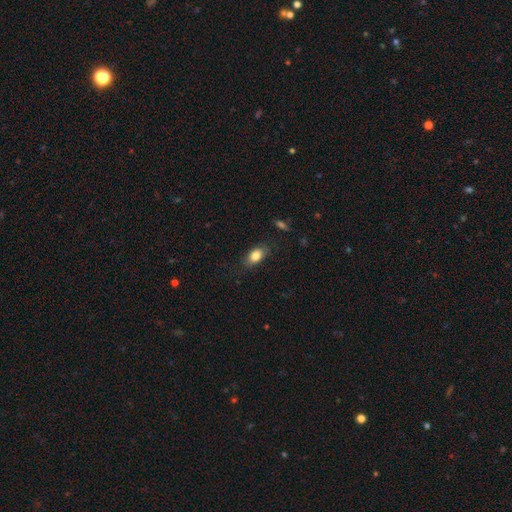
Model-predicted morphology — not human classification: Smooth or featured?
  - smooth: 82% *
  - featured or disk: 10%
  - star or artifact: 8%
How rounded?
  - in between: 86% *
  - round: 11%
  - cigar-shaped: 3%
Merging?
  - none: 79% *
  - minor disturbance: 16%
  - major disturbance: 4%
  - merger: 1%